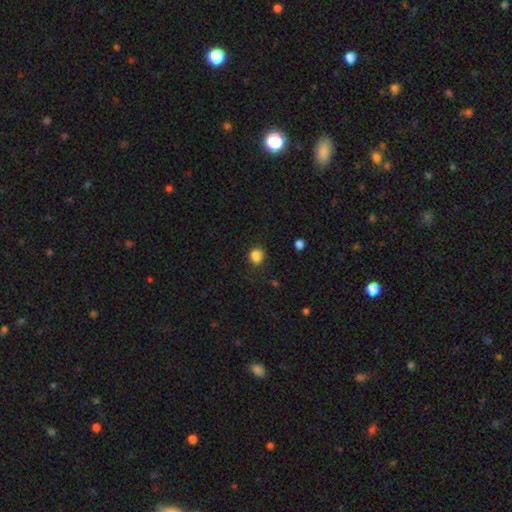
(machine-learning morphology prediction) This appears to be a smooth galaxy with no disk features (84%) that is round (77%). Merging: none (76%).